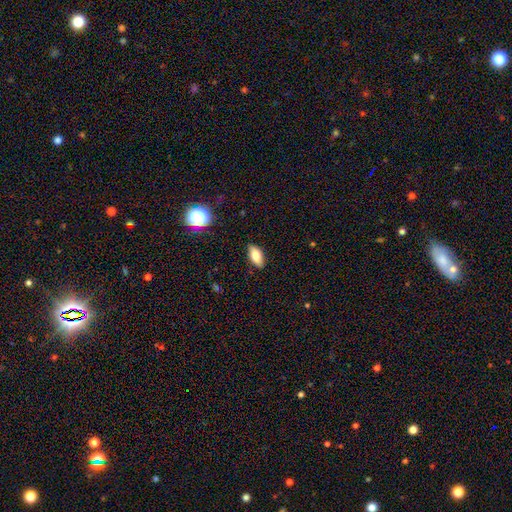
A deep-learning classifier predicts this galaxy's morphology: Smooth or featured? Predicted: smooth (p=0.76). How rounded? Predicted: in between (p=0.87). Merging? Predicted: none (p=0.86).